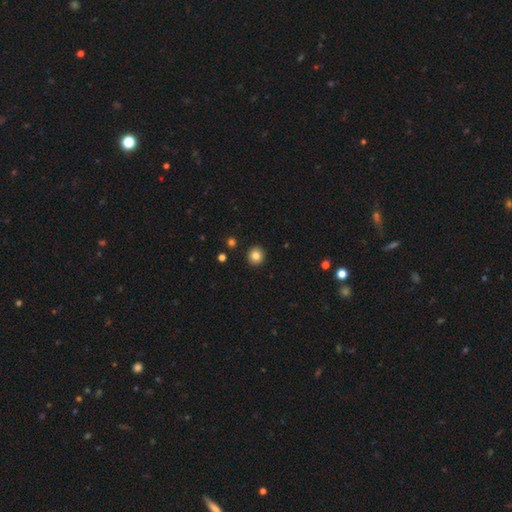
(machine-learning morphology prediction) Smooth or featured? Predicted: smooth (p=0.83). How rounded? Predicted: round (p=0.92). Merging? Predicted: none (p=0.93).